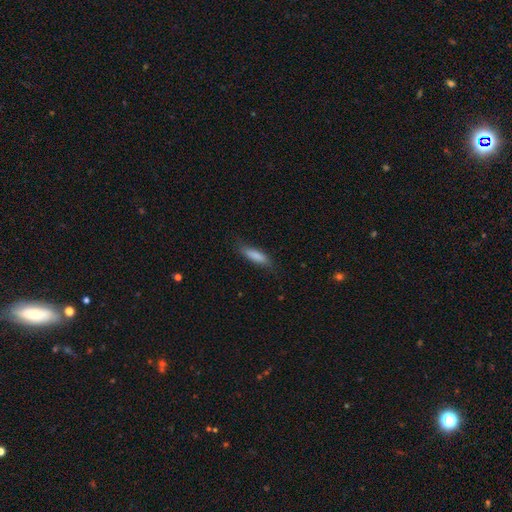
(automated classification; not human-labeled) This appears to be a smooth galaxy with no disk features (83%) that is cigar-shaped (63%). Merging: none (77%).